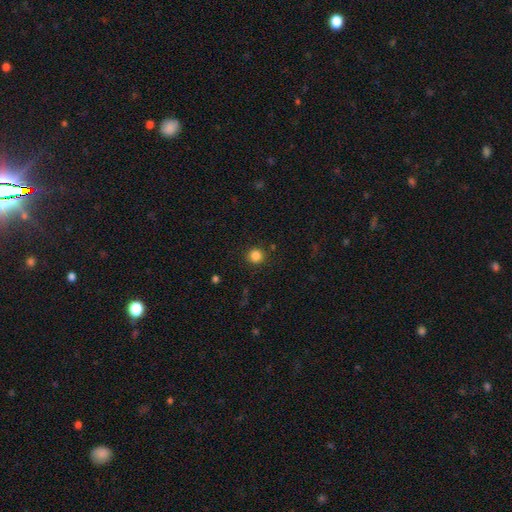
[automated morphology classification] Smooth or featured? Predicted: smooth (p=0.84). How rounded? Predicted: round (p=0.93). Merging? Predicted: none (p=0.90).